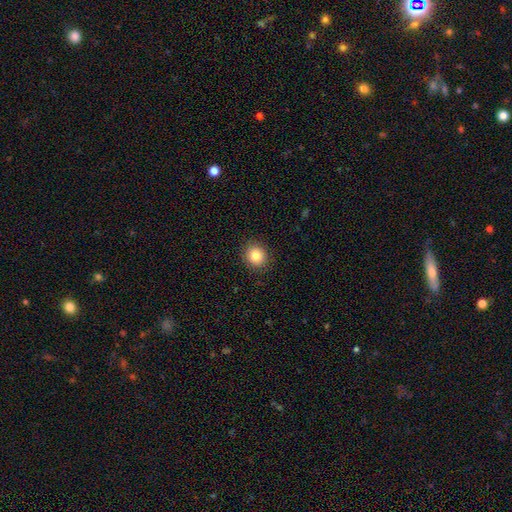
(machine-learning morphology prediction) This appears to be a smooth galaxy with no disk features (84%) that is round (80%). Merging: none (90%).